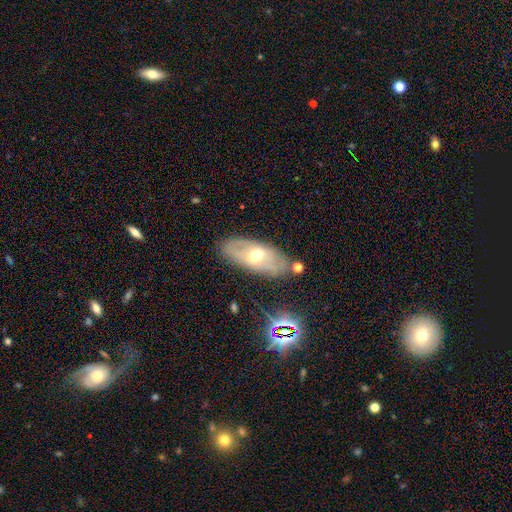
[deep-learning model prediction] smooth_or_featured: featured or disk (p=0.62) [alt: smooth p=0.29]
disk_edge_on: no (p=0.84) [alt: yes p=0.16]
bar: weak (p=0.42) [alt: no p=0.31]
has_spiral_arms: no (p=0.50) [tied with: yes p=0.50]
bulge_size: moderate (p=0.72) [alt: small p=0.19]
merging: none (p=0.79) [alt: minor disturbance p=0.14]